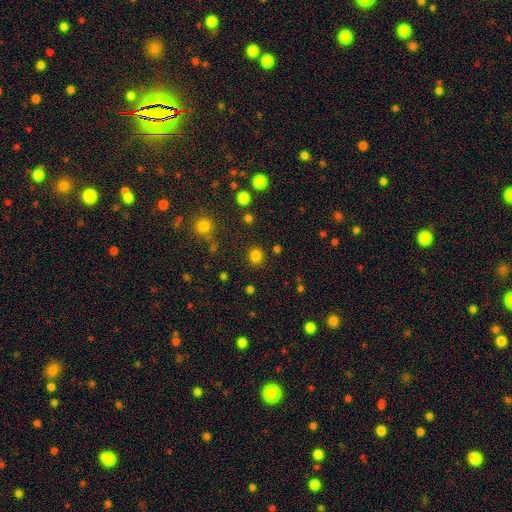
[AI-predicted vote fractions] A smooth galaxy with no disk features (82%) that is round (87%).

Vote fractions:
- Smooth or featured? smooth: 82% / star or artifact: 14% / featured or disk: 4%
- How rounded? round: 87% / in between: 12% / cigar-shaped: 1%
- Merging? none: 88% / minor disturbance: 7% / major disturbance: 3% / merger: 2%